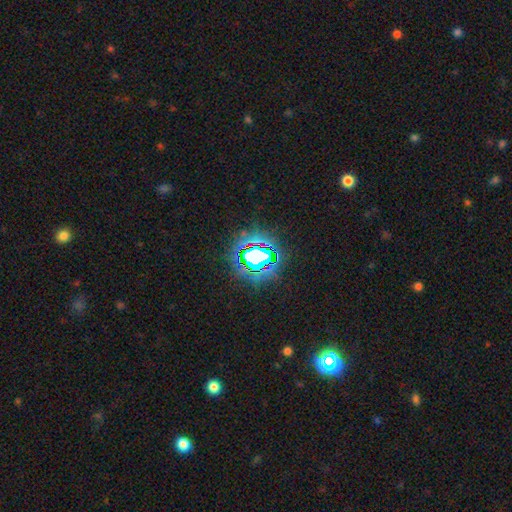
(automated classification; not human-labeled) Q: Smooth or featured?
A: star or artifact (72%); runner-up: smooth (16%)